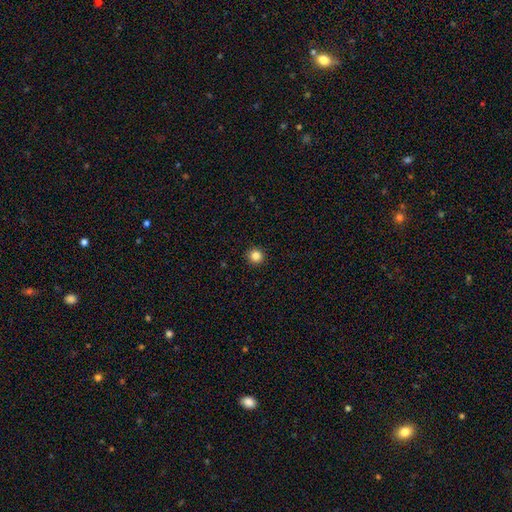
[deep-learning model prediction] Smooth or featured? Predicted: smooth (p=0.85). How rounded? Predicted: round (p=0.95). Merging? Predicted: none (p=0.93).